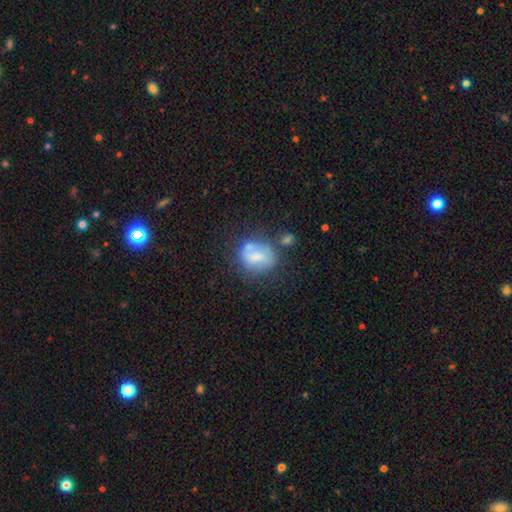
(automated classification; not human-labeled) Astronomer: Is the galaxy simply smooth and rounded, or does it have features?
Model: smooth — 59%.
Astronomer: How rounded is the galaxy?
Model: round — 52% (runner-up: in between, 47%).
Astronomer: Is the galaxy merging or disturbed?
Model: none — 42% (runner-up: minor disturbance, 24%).